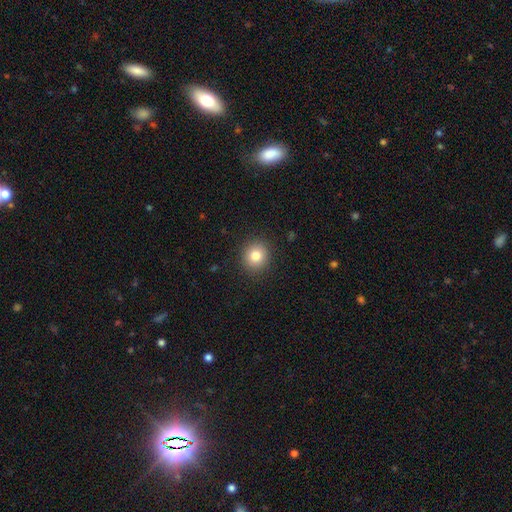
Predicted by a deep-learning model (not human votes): Smooth or featured: smooth — 81% (star or artifact — 11%)
How rounded: round — 87% (in between — 12%)
Merging: none — 90% (minor disturbance — 7%)